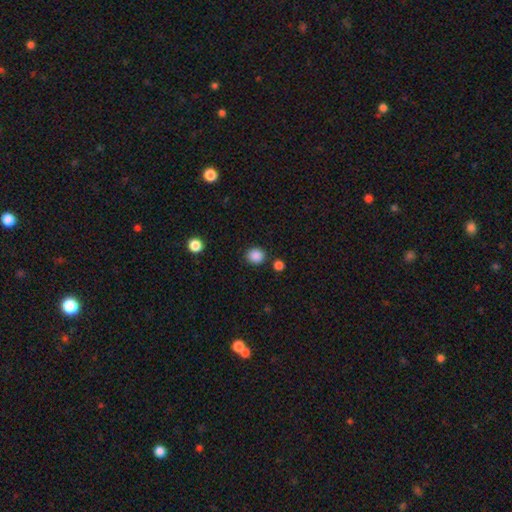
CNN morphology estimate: A smooth galaxy with no disk features (87%) that is round (83%).

Vote fractions:
- Smooth or featured? smooth: 87% / star or artifact: 10% / featured or disk: 3%
- How rounded? round: 83% / in between: 16% / cigar-shaped: 1%
- Merging? none: 85% / minor disturbance: 9% / merger: 4% / major disturbance: 3%